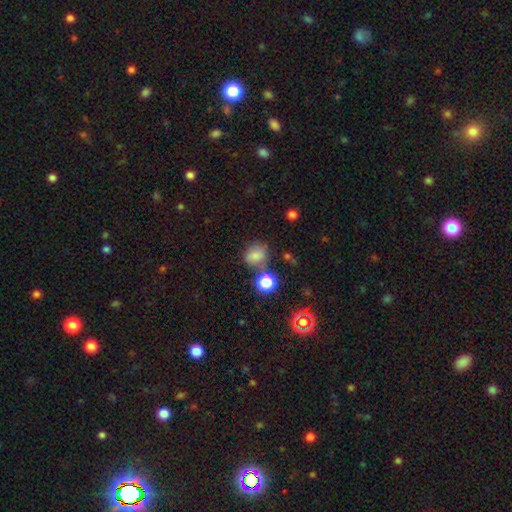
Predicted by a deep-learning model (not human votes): Smooth or featured?
  - smooth: 75% *
  - star or artifact: 18%
  - featured or disk: 8%
How rounded?
  - round: 59% *
  - in between: 40%
  - cigar-shaped: 1%
Merging?
  - none: 62% *
  - minor disturbance: 18%
  - merger: 14%
  - major disturbance: 7%